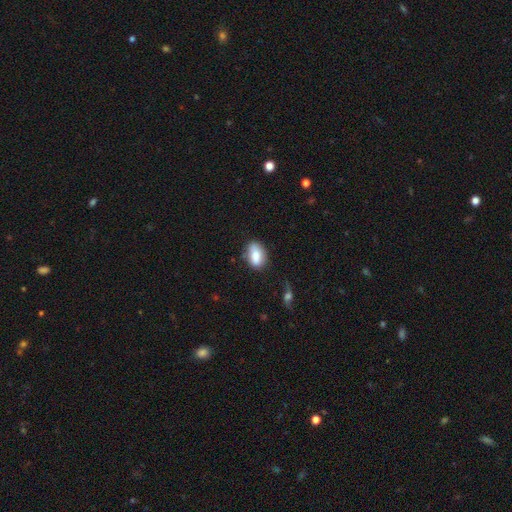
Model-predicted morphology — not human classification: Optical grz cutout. It shows a smooth galaxy with no disk features (81%) that is in between round and cigar-shaped (86%). Merging: none (70%).